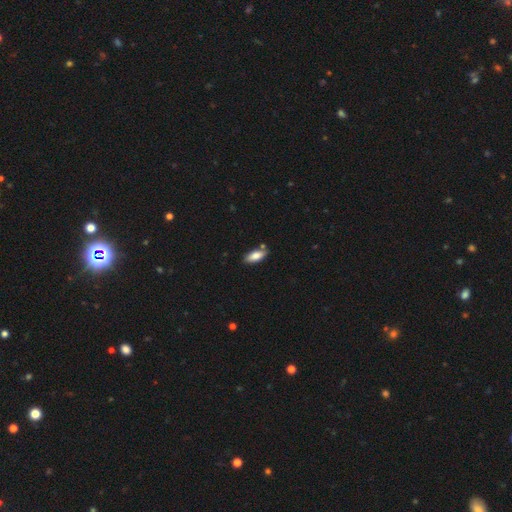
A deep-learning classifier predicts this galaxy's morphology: smooth-or-featured: smooth: 80% | featured or disk: 14% | star or artifact: 7%
  how-rounded: in between: 80% | cigar-shaped: 18% | round: 2%
  merging: none: 78% | minor disturbance: 14% | merger: 5% | major disturbance: 2%